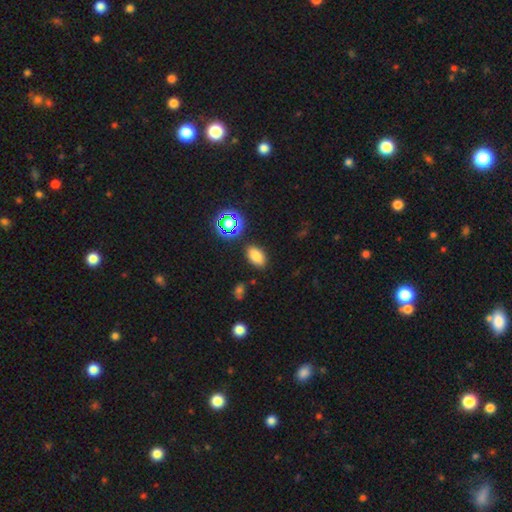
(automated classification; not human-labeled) Smooth or featured? Predicted: smooth (p=0.77). How rounded? Predicted: in between (p=0.90). Merging? Predicted: none (p=0.85).